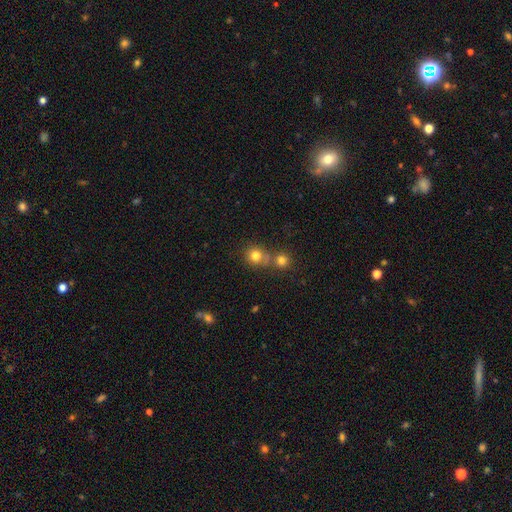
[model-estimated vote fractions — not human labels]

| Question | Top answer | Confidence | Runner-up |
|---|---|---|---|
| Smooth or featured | smooth | 80% | star or artifact (12%) |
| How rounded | round | 85% | in between (14%) |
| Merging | none | 57% | merger (30%) |